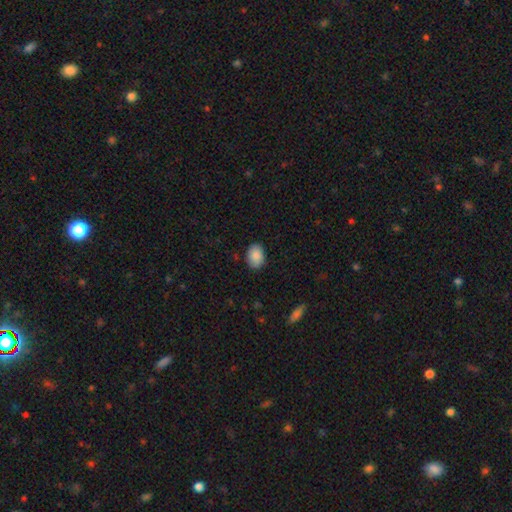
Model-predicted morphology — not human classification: This is clearly a smooth galaxy (88%). How rounded: likely in between (80%). Merging: clearly none (87%).